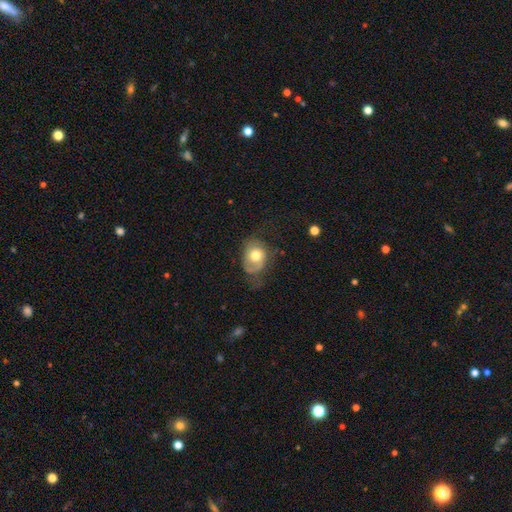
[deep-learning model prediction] Overall: smooth (50%; featured or disk 42%). How rounded: in between (55%; round 43%). Merging: none (40%; minor disturbance 29%).